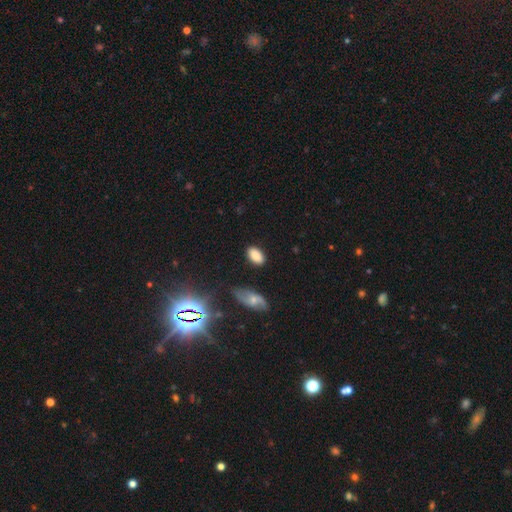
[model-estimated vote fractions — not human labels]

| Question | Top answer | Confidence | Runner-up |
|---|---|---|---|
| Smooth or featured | smooth | 82% | star or artifact (10%) |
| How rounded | in between | 92% | round (6%) |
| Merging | none | 83% | minor disturbance (12%) |